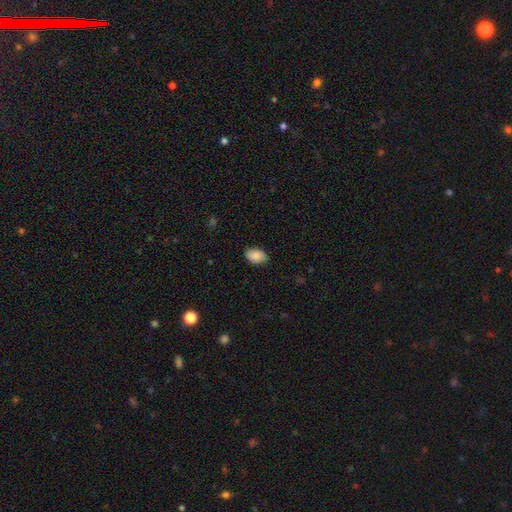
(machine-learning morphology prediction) smooth_or_featured: smooth (p=0.88) [alt: star or artifact p=0.07]
how_rounded: in between (p=0.89) [alt: round p=0.10]
merging: none (p=0.85) [alt: minor disturbance p=0.12]